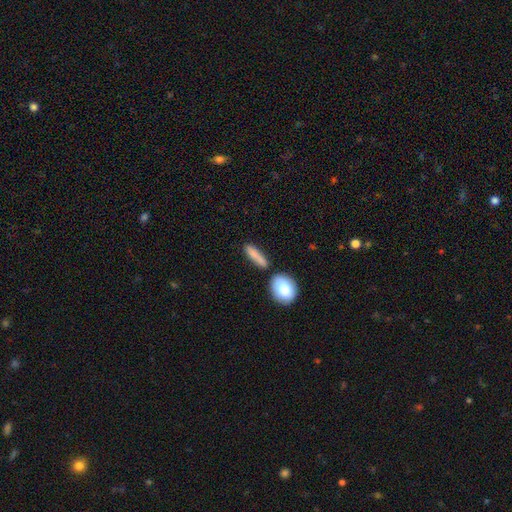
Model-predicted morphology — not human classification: This is clearly a smooth galaxy (83%). How rounded: likely cigar-shaped (62%). Merging: likely none (69%).